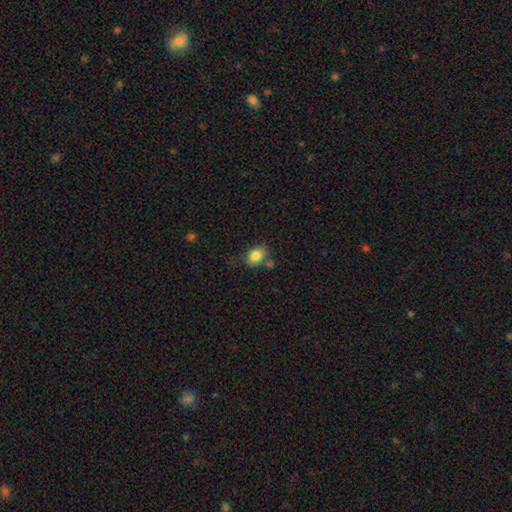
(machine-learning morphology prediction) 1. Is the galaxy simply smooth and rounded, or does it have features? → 83% smooth, 9% star or artifact, 8% featured or disk.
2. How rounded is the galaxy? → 64% in between, 35% round, 1% cigar-shaped.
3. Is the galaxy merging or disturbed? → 62% none, 19% minor disturbance, 14% merger, 6% major disturbance.